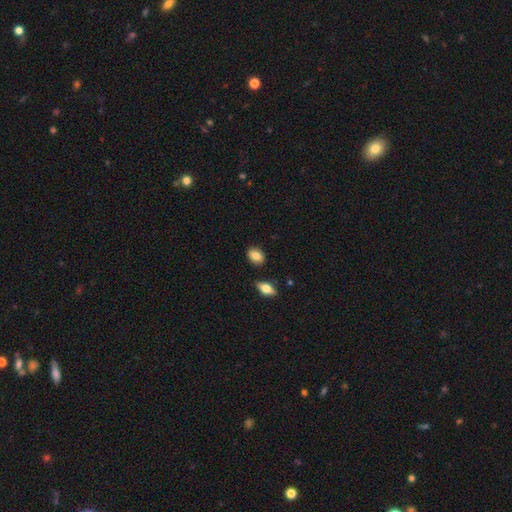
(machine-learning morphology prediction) smooth-or-featured: smooth: 83% | featured or disk: 9% | star or artifact: 8%
  how-rounded: in between: 74% | round: 24% | cigar-shaped: 2%
  merging: none: 86% | minor disturbance: 9% | merger: 3% | major disturbance: 2%